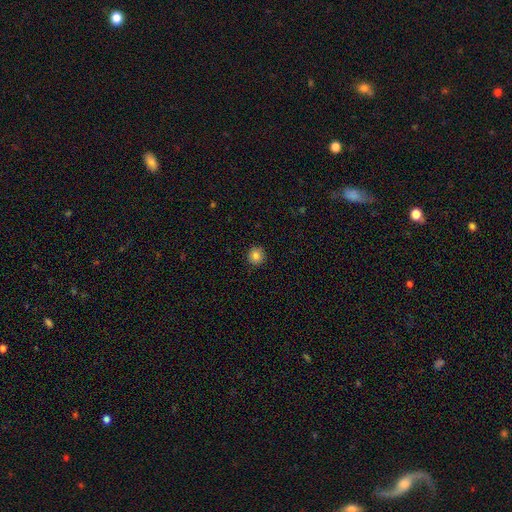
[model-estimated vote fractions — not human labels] Morphology: type=smooth (83%); roundness=round (93%); merging=none (91%).